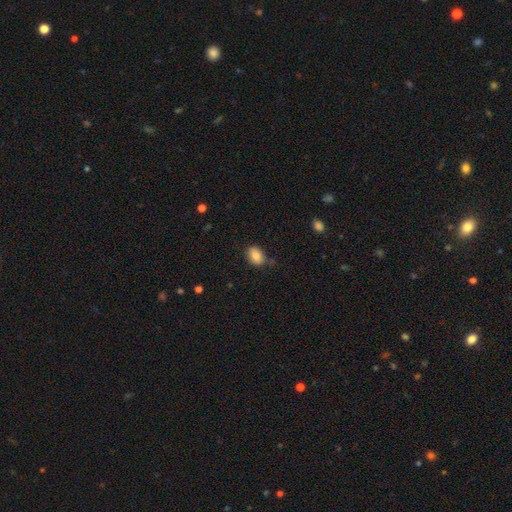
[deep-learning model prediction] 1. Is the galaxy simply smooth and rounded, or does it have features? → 83% smooth, 9% star or artifact, 8% featured or disk.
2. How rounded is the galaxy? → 76% in between, 23% round, 1% cigar-shaped.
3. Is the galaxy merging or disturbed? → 73% none, 20% minor disturbance, 4% major disturbance, 3% merger.